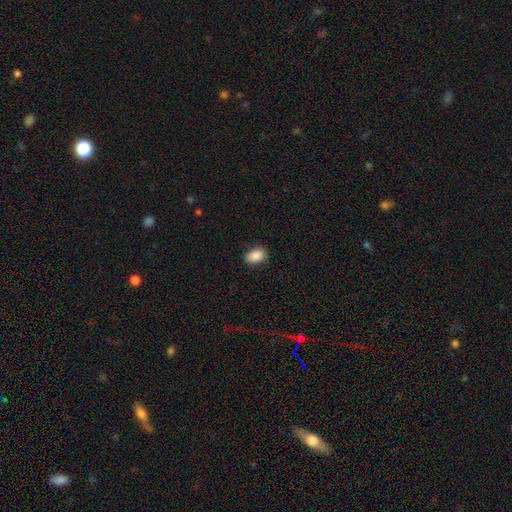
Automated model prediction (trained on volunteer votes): Morphology: type=smooth (88%); roundness=in between (87%); merging=none (83%).